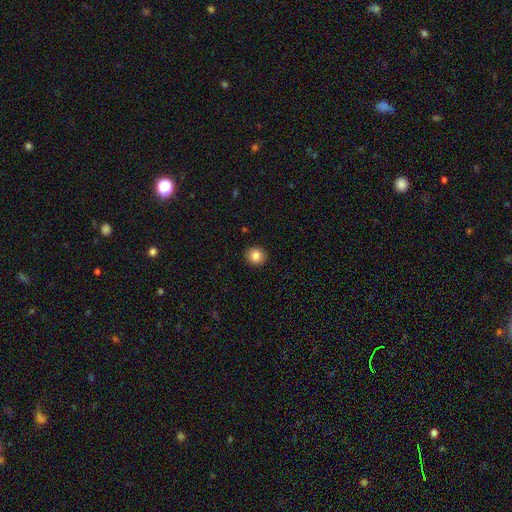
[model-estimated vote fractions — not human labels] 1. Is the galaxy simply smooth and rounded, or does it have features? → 84% smooth, 9% star or artifact, 7% featured or disk.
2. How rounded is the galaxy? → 87% round, 12% in between, 1% cigar-shaped.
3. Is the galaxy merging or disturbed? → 92% none, 5% minor disturbance, 2% major disturbance, 1% merger.